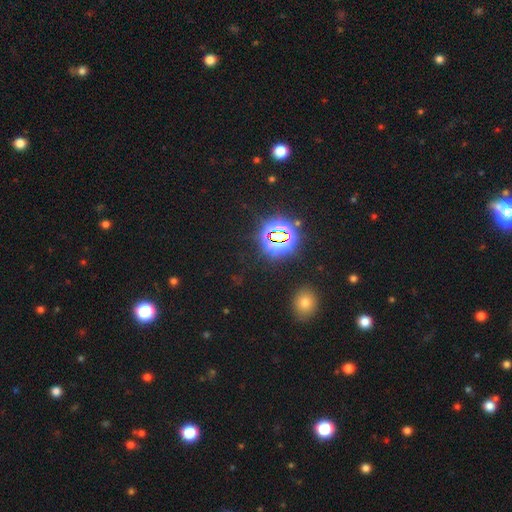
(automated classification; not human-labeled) This is likely a star or artifact rather than a galaxy (77%).